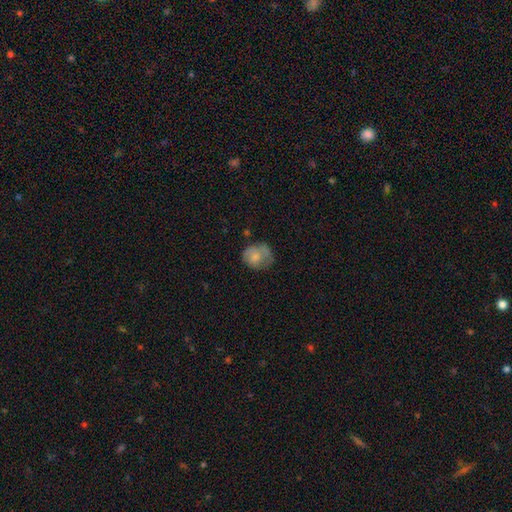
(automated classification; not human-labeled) A smooth galaxy with no disk features (69%) that is round (66%).

Vote fractions:
- Smooth or featured? smooth: 69% / featured or disk: 23% / star or artifact: 8%
- How rounded? round: 66% / in between: 33% / cigar-shaped: 1%
- Merging? none: 48% / minor disturbance: 32% / major disturbance: 16% / merger: 3%